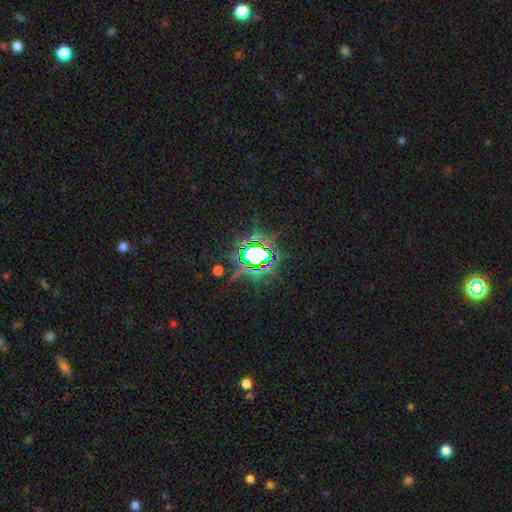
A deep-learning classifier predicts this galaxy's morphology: smooth-or-featured: star or artifact: 76% | smooth: 13% | featured or disk: 12%